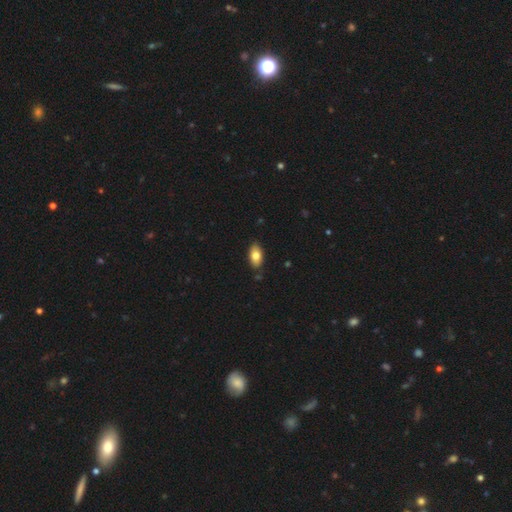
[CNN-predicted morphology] This is likely a smooth galaxy (79%). How rounded: clearly in between (92%). Merging: clearly none (84%).